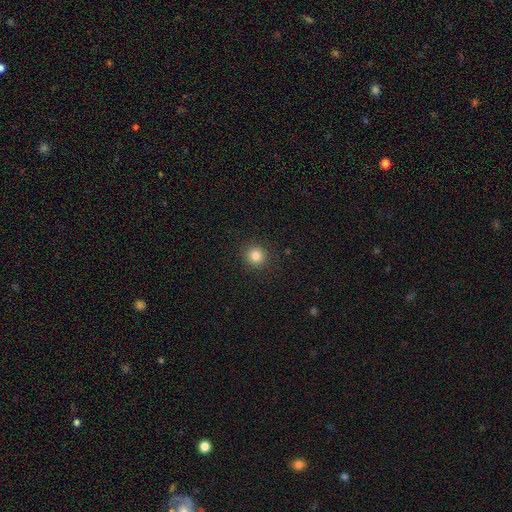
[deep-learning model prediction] The model was most divided on "smooth or featured": smooth: 83%, star or artifact: 12%, featured or disk: 5%. More confident: how rounded — round (93%); merging — none (91%).